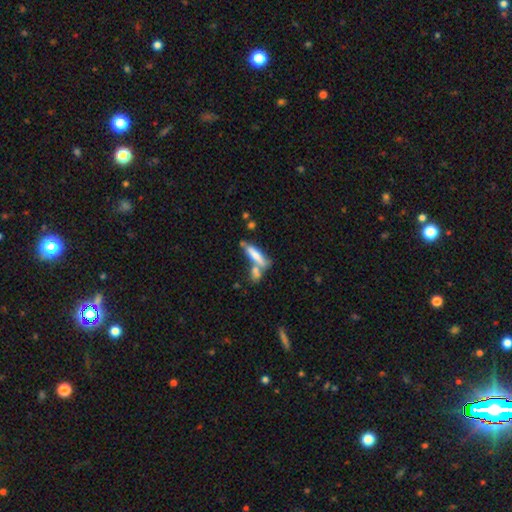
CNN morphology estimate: Smooth or featured: smooth — 65% (featured or disk — 28%)
How rounded: cigar-shaped — 74% (in between — 24%)
Merging: none — 44% (merger — 37%)